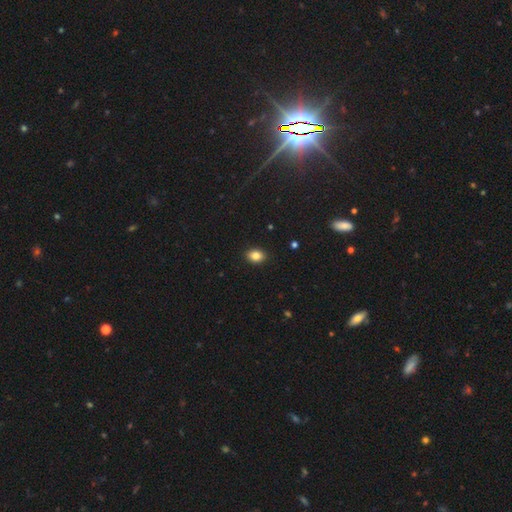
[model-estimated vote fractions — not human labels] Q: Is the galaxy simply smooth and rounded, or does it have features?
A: smooth — 85%.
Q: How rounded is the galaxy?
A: in between — 72%.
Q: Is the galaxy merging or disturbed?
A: none — 89%.